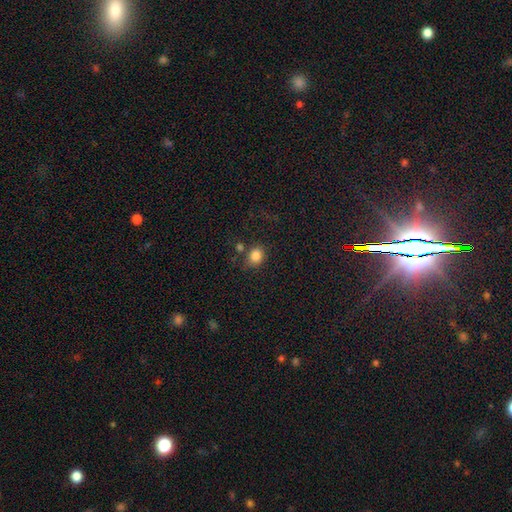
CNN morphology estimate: Q: Smooth or featured?
A: smooth (84%); runner-up: star or artifact (11%)
Q: How rounded?
A: round (63%); runner-up: in between (36%)
Q: Merging?
A: none (68%); runner-up: minor disturbance (16%)